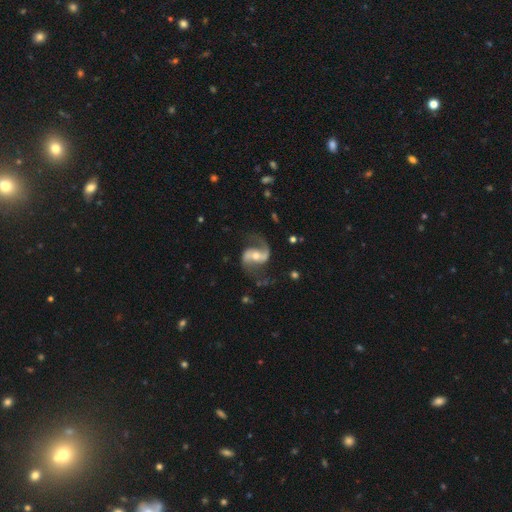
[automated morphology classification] The model was most divided on "bar": weak: 38%, strong: 34%, no: 29%. More confident: edge-on disk — no (97%); spiral arms — yes (97%); spiral arm count — 2 (92%); smooth or featured — featured or disk (90%); merging — none (74%); bulge size — moderate (58%); spiral winding — loose (54%).